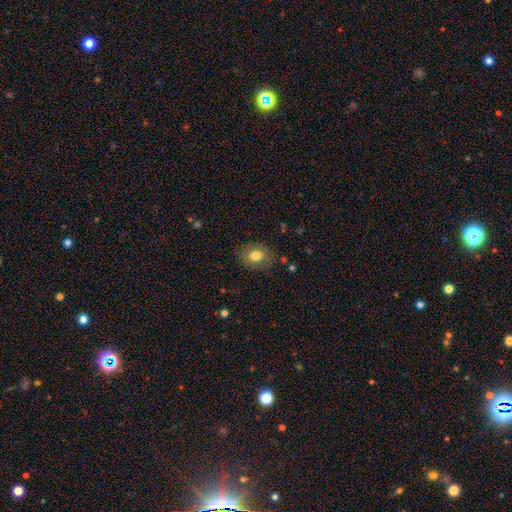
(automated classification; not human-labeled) smooth 77%, featured or disk 15%, star or artifact 8%. Down the decision tree: how rounded — in between (59%); merging — none (80%).